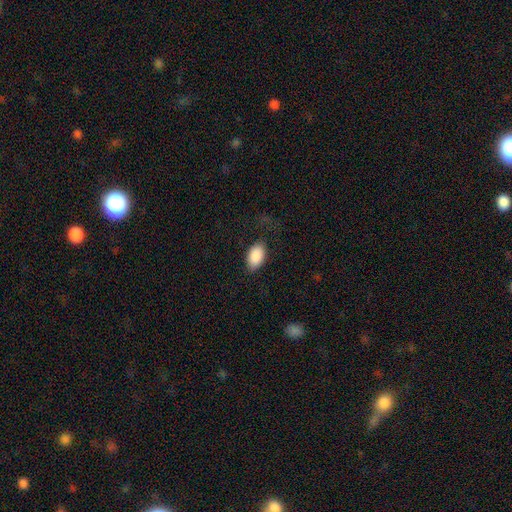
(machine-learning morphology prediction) This is clearly a smooth galaxy (89%). How rounded: clearly in between (92%). Merging: likely none (78%).